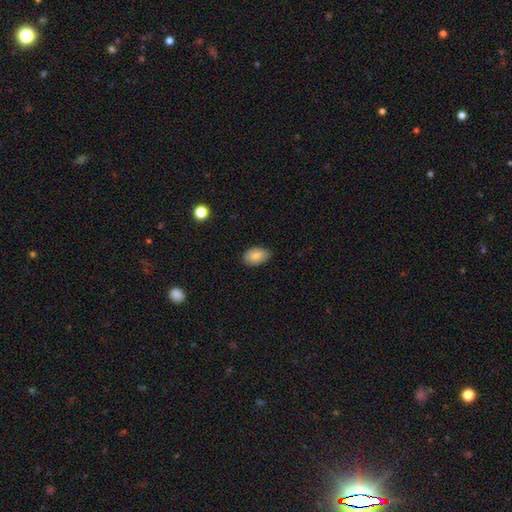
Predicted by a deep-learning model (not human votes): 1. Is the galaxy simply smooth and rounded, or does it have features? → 83% smooth, 9% featured or disk, 8% star or artifact.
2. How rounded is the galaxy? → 88% in between, 11% round, 1% cigar-shaped.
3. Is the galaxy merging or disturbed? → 80% none, 16% minor disturbance, 2% major disturbance, 1% merger.